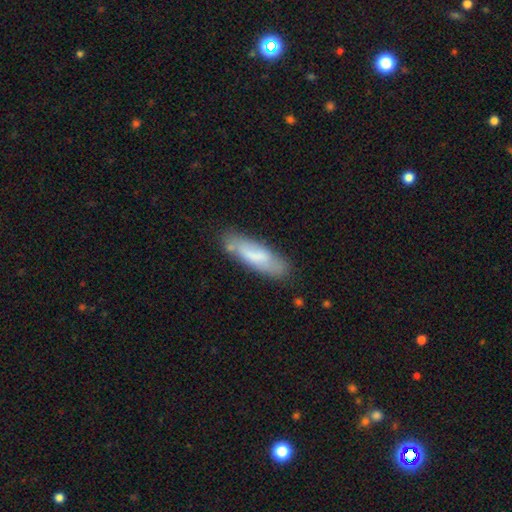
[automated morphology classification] Q: Smooth or featured?
A: smooth (68%); runner-up: featured or disk (25%)
Q: How rounded?
A: cigar-shaped (55%); runner-up: in between (43%)
Q: Merging?
A: none (69%); runner-up: minor disturbance (20%)